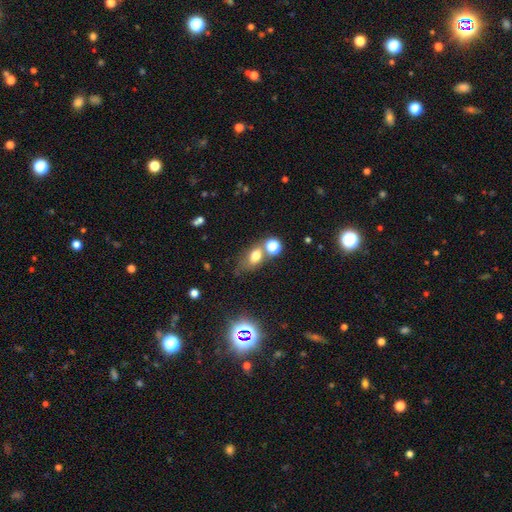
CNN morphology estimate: The model was most divided on "merging": none: 47%, merger: 28%, minor disturbance: 17%, major disturbance: 9%. More confident: how rounded — in between (69%); smooth or featured — smooth (68%).